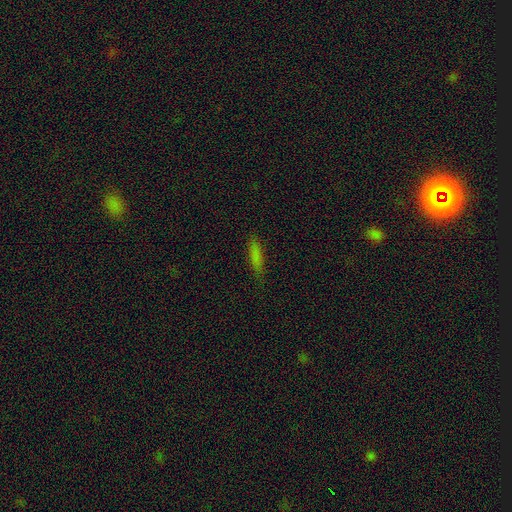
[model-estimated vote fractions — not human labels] smooth-or-featured: smooth: 79% | featured or disk: 11% | star or artifact: 10%
  how-rounded: cigar-shaped: 72% | in between: 26% | round: 2%
  merging: none: 84% | minor disturbance: 12% | major disturbance: 3% | merger: 1%